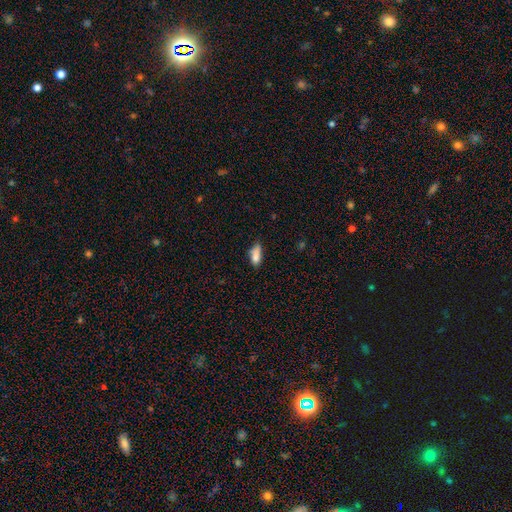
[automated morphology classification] Smooth or featured? smooth (83%)
How rounded? in between (77%)
Merging? none (53%)